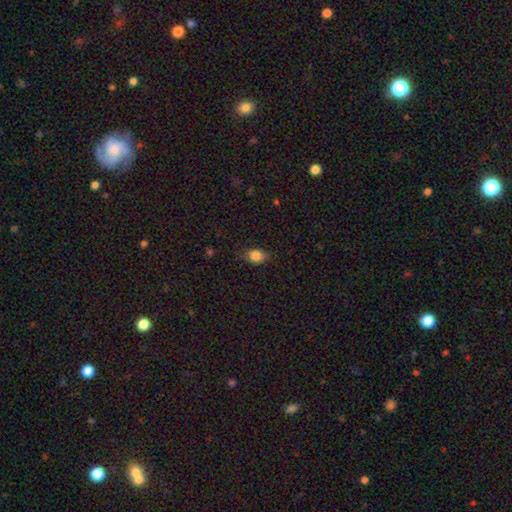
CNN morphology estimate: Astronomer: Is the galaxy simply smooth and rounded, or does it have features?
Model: smooth — 85%.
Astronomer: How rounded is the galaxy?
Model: in between — 69%.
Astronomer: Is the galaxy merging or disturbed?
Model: none — 78%.